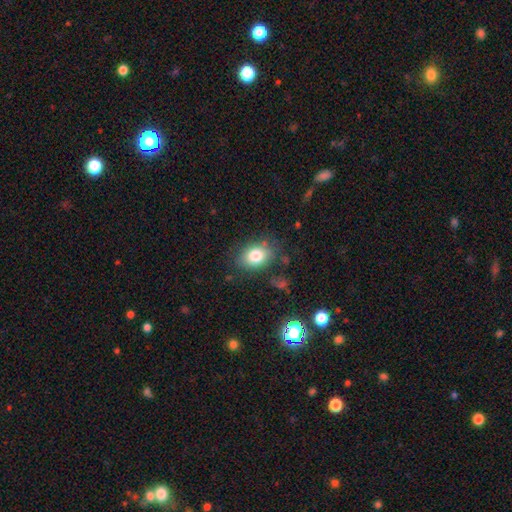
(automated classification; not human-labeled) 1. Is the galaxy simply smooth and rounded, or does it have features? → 80% smooth, 10% featured or disk, 10% star or artifact.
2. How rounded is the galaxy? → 73% in between, 26% round, 1% cigar-shaped.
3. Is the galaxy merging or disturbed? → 76% none, 16% minor disturbance, 5% major disturbance, 2% merger.